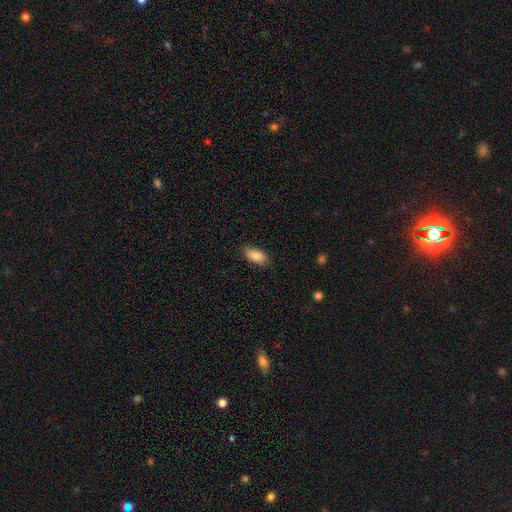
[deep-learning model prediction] This appears to be a smooth galaxy with no disk features (85%) that is in between round and cigar-shaped (92%). Merging: none (85%).